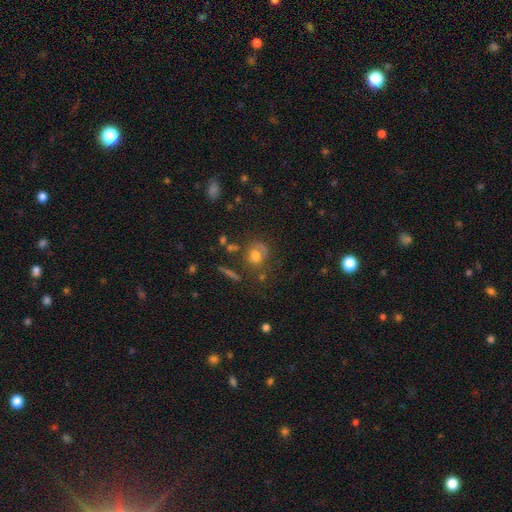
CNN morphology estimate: smooth_or_featured: smooth (p=0.58) [alt: featured or disk p=0.28]
how_rounded: round (p=0.71) [alt: in between p=0.27]
merging: none (p=0.54) [alt: minor disturbance p=0.21]